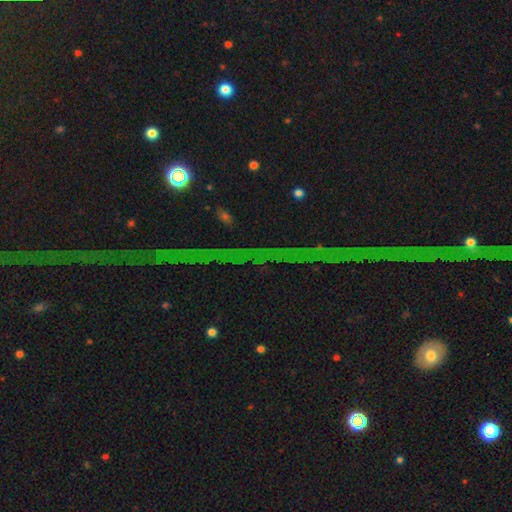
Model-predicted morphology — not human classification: A star or artifact, not a galaxy (79%).

Vote fractions:
- Smooth or featured? star or artifact: 79% / featured or disk: 13% / smooth: 9%